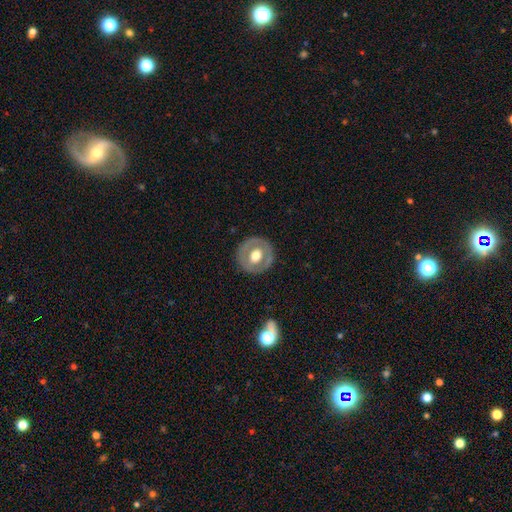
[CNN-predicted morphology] Smooth or featured? featured or disk (50%)
Merging? none (86%)